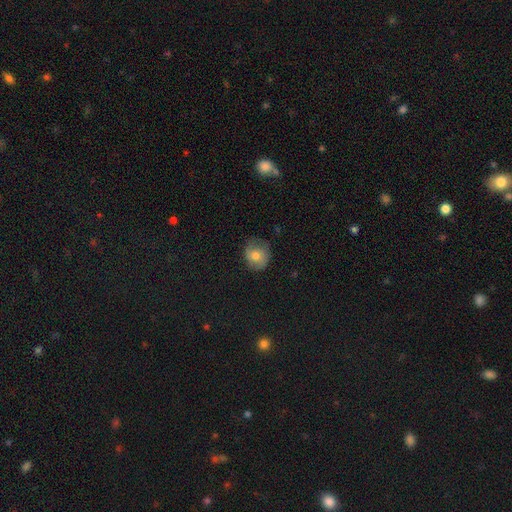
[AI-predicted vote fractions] This is likely a smooth galaxy (71%). How rounded: likely round (73%). Merging: likely none (68%).